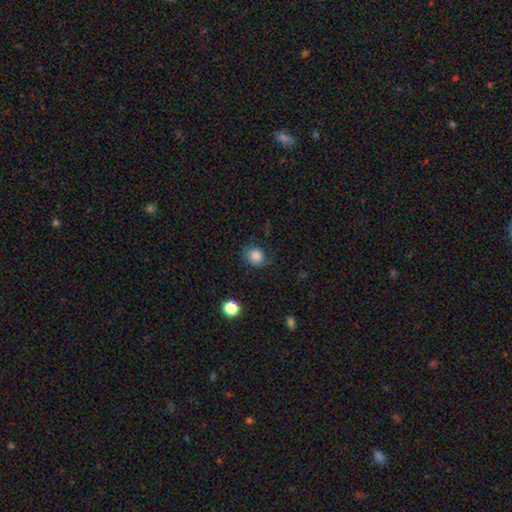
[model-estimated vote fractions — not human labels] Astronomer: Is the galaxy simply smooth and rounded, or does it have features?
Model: smooth — 82%.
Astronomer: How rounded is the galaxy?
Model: round — 77%.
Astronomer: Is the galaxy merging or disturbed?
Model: none — 72%.